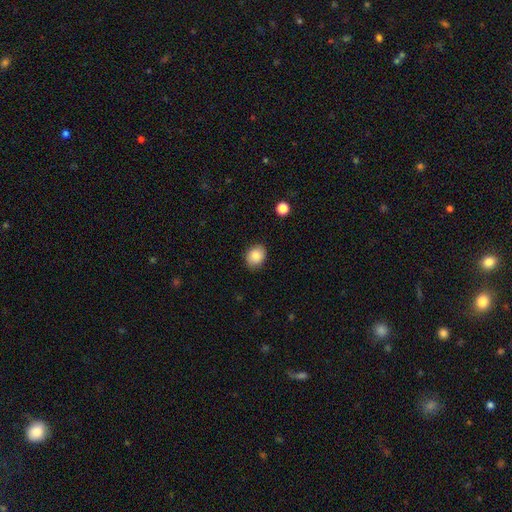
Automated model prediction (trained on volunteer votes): Smooth or featured: smooth — 85% (star or artifact — 8%)
How rounded: in between — 55% (round — 45%)
Merging: none — 86% (minor disturbance — 11%)